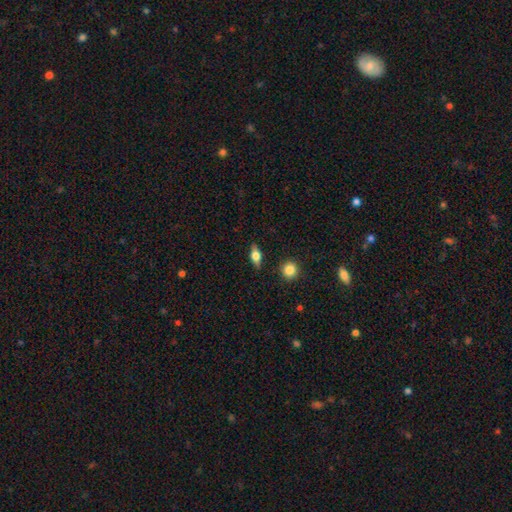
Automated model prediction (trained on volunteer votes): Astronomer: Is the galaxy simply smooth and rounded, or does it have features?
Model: smooth — 49% (runner-up: featured or disk, 43%).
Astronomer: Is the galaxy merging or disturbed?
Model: none — 87%.